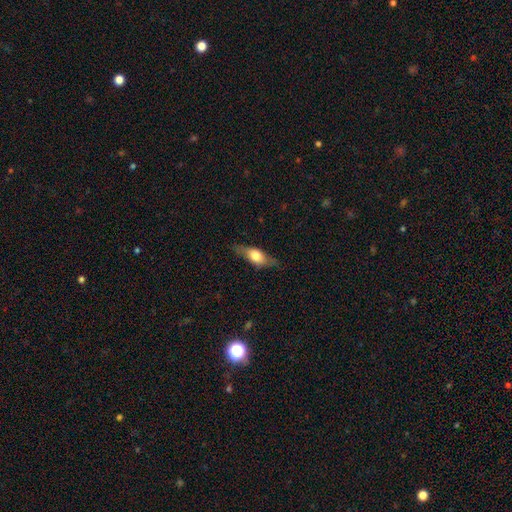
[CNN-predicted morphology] Q: Smooth or featured?
A: smooth (55%); runner-up: featured or disk (39%)
Q: How rounded?
A: in between (64%); runner-up: cigar-shaped (31%)
Q: Merging?
A: none (75%); runner-up: minor disturbance (19%)